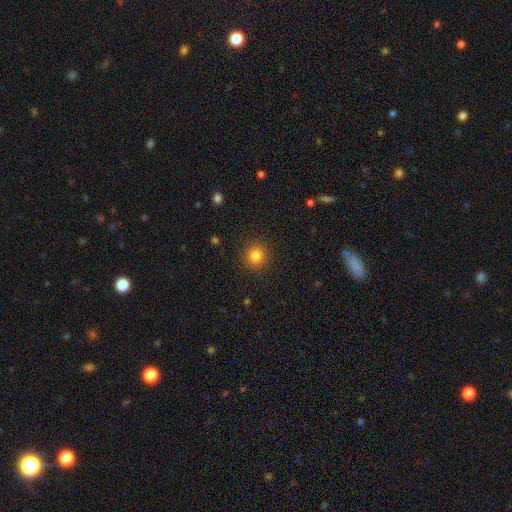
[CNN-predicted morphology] Smooth or featured: smooth — 82% (star or artifact — 12%)
How rounded: round — 90% (in between — 9%)
Merging: none — 90% (minor disturbance — 6%)